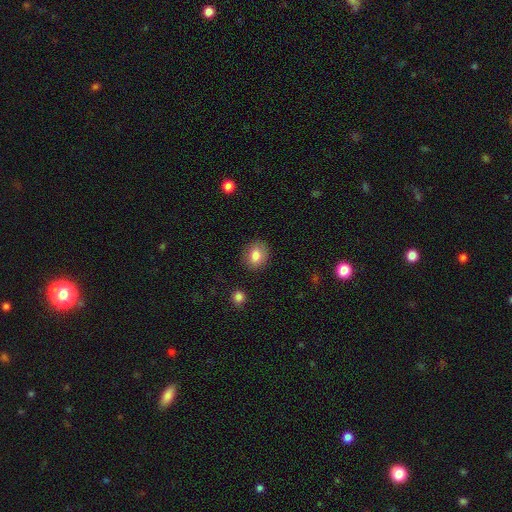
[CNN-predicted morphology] type=smooth (82%); roundness=round (57%); merging=none (87%).